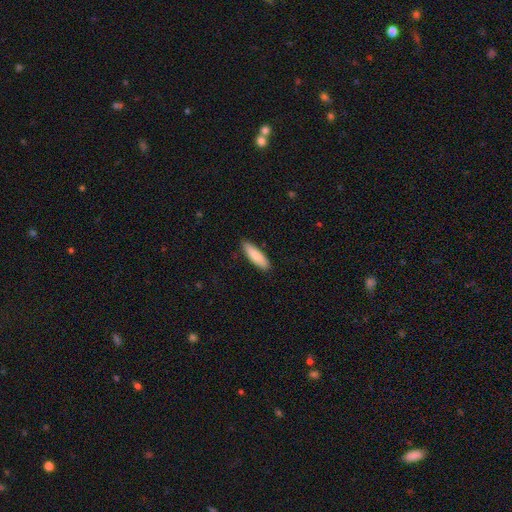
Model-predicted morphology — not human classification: This is clearly a smooth galaxy (83%). How rounded: likely cigar-shaped (61%). Merging: clearly none (85%).